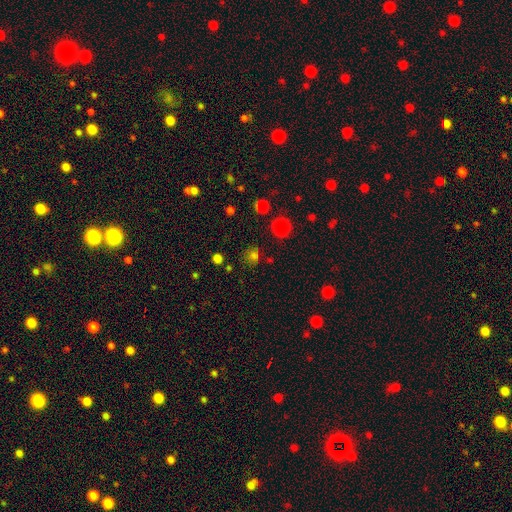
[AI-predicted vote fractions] The model was most divided on "smooth or featured": smooth: 65%, star or artifact: 29%, featured or disk: 6%. More confident: how rounded — round (83%); merging — none (80%).